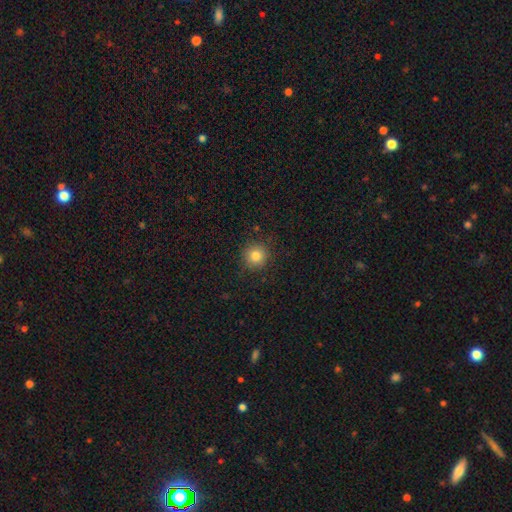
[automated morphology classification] smooth_or_featured: smooth (p=0.82) [alt: star or artifact p=0.12]
how_rounded: round (p=0.94) [alt: in between p=0.05]
merging: none (p=0.89) [alt: minor disturbance p=0.07]